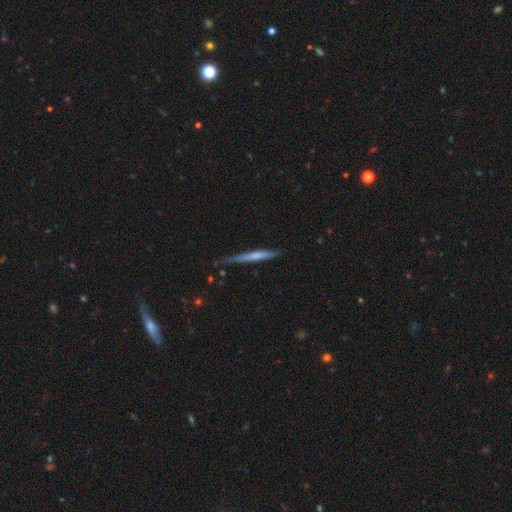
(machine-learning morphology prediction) smooth_or_featured: smooth (p=0.52) [alt: featured or disk p=0.41]
how_rounded: cigar-shaped (p=0.95) [alt: in between p=0.03]
merging: none (p=0.67) [alt: minor disturbance p=0.25]